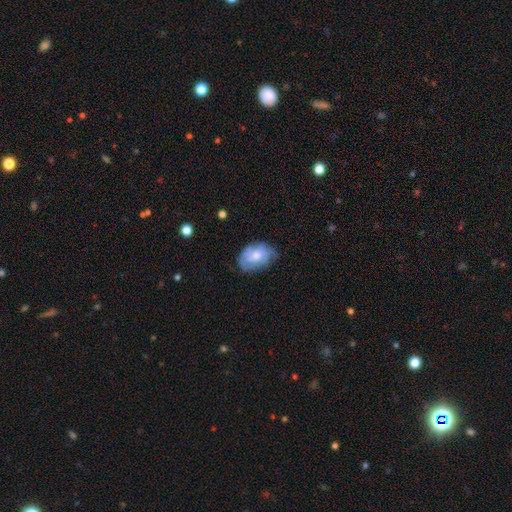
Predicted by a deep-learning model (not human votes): Smooth or featured? Predicted: smooth (p=0.49). Merging? Predicted: none (p=0.63).